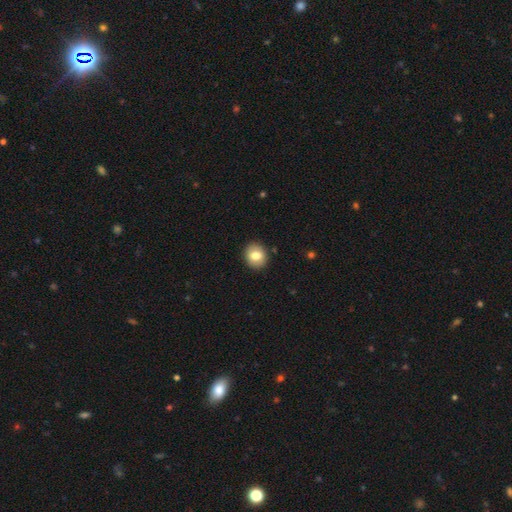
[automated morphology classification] The model was most divided on "how rounded": round: 67%, in between: 32%, cigar-shaped: 1%. More confident: merging — none (90%); smooth or featured — smooth (79%).